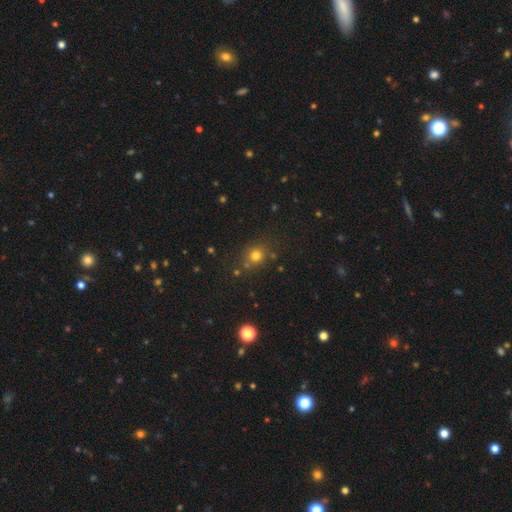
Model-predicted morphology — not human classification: The model was most divided on "smooth or featured": smooth: 74%, star or artifact: 18%, featured or disk: 8%. More confident: how rounded — round (82%); merging — none (75%).